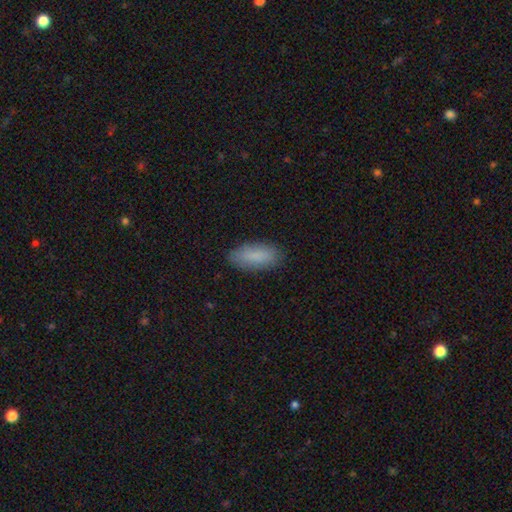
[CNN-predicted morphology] The model was most divided on "how rounded": in between: 80%, cigar-shaped: 18%, round: 2%. More confident: smooth or featured — smooth (86%); merging — none (84%).